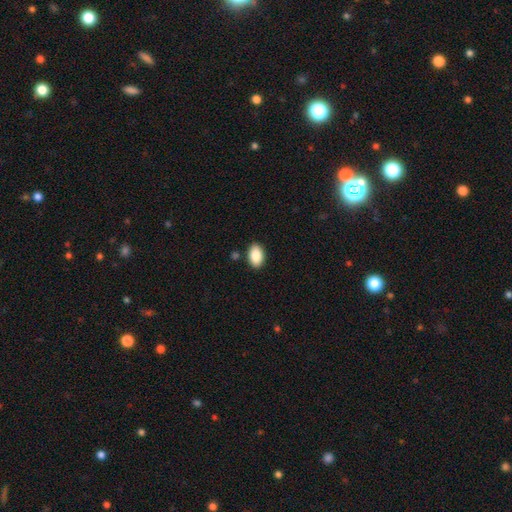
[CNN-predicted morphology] Q: Smooth or featured?
A: smooth (87%); runner-up: star or artifact (7%)
Q: How rounded?
A: in between (91%); runner-up: round (8%)
Q: Merging?
A: none (87%); runner-up: minor disturbance (8%)